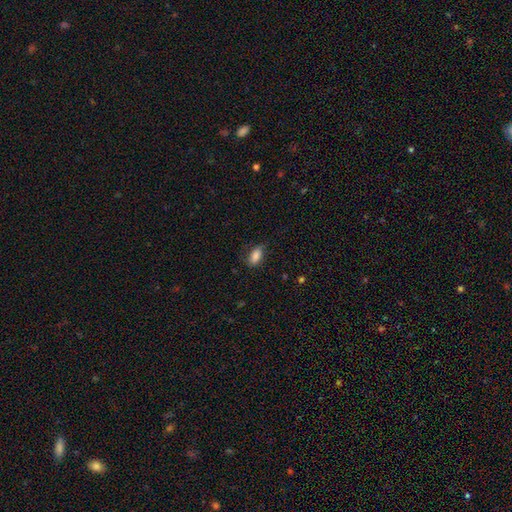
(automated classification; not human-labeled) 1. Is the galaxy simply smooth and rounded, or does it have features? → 85% smooth, 8% star or artifact, 7% featured or disk.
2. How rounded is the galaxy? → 89% in between, 6% cigar-shaped, 5% round.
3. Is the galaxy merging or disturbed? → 71% none, 22% minor disturbance, 6% major disturbance, 1% merger.